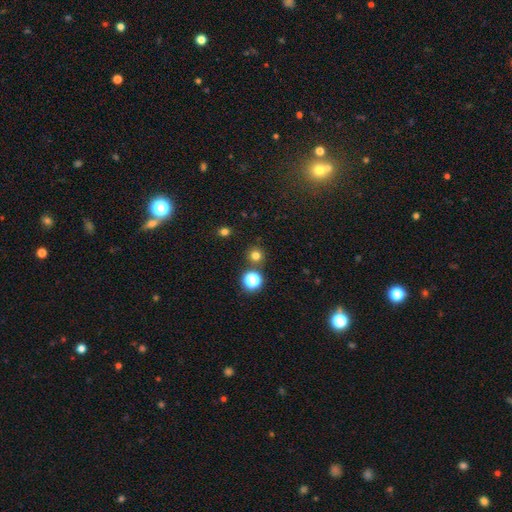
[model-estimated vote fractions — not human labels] Smooth or featured? smooth (75%)
How rounded? round (93%)
Merging? none (84%)